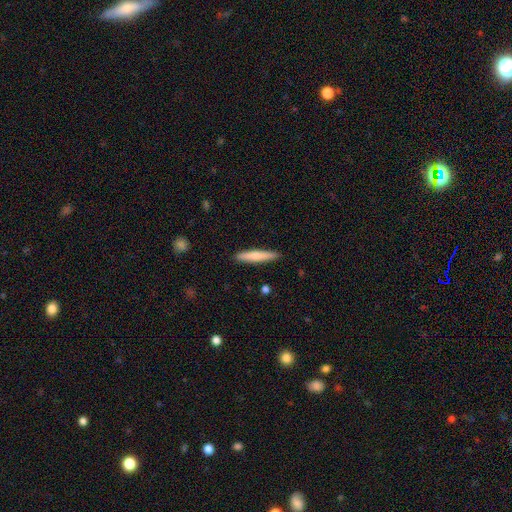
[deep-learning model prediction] Smooth or featured? smooth (67%)
How rounded? cigar-shaped (93%)
Merging? none (90%)